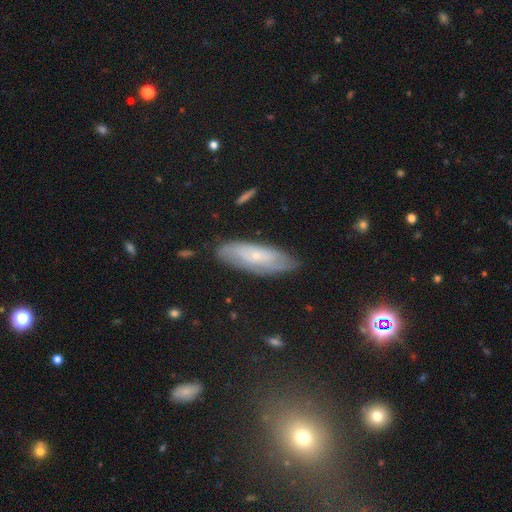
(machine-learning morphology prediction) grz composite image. It shows a featured or disk galaxy (59%). Merging: none (76%).